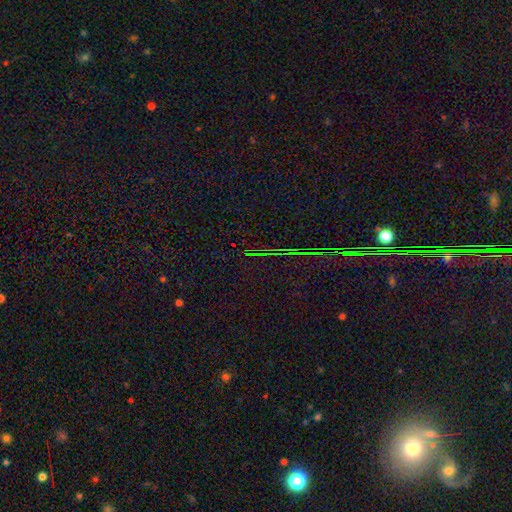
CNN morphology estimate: Smooth or featured: star or artifact — 82% (featured or disk — 9%)